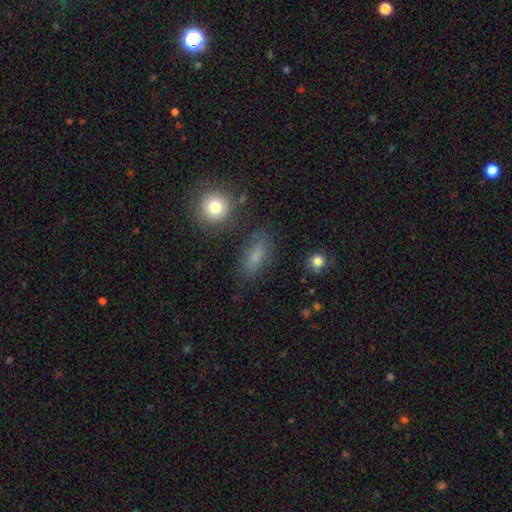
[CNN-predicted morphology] Q: Smooth or featured?
A: smooth (75%); runner-up: featured or disk (13%)
Q: How rounded?
A: in between (77%); runner-up: cigar-shaped (16%)
Q: Merging?
A: none (76%); runner-up: minor disturbance (15%)